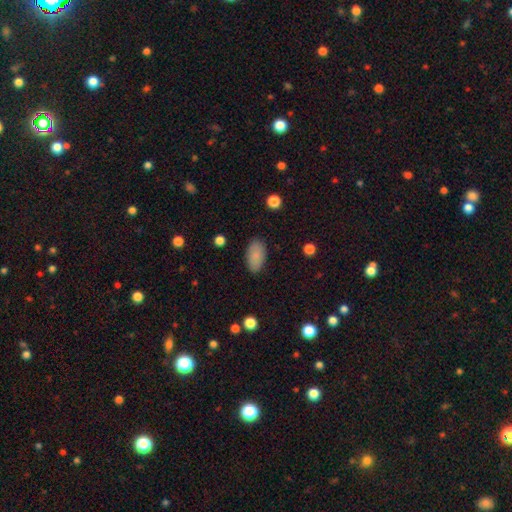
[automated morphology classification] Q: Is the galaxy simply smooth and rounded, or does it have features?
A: smooth — 87%.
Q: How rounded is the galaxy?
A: in between — 94%.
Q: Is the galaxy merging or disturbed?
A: none — 87%.